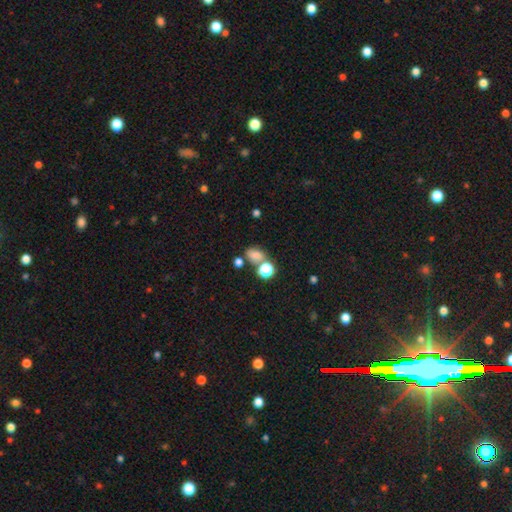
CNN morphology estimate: Smooth or featured?
  - smooth: 70% *
  - star or artifact: 21%
  - featured or disk: 9%
How rounded?
  - in between: 66% *
  - round: 33%
  - cigar-shaped: 1%
Merging?
  - none: 56% *
  - merger: 25%
  - minor disturbance: 13%
  - major disturbance: 6%